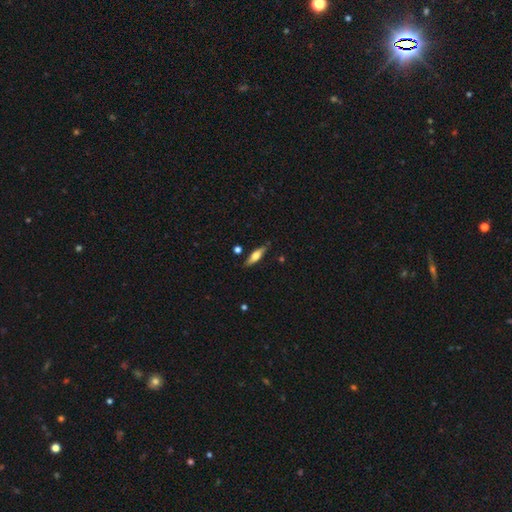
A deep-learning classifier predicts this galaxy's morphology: smooth 52%, featured or disk 42%, star or artifact 6%. Down the decision tree: how rounded — cigar-shaped (59%); merging — none (82%).